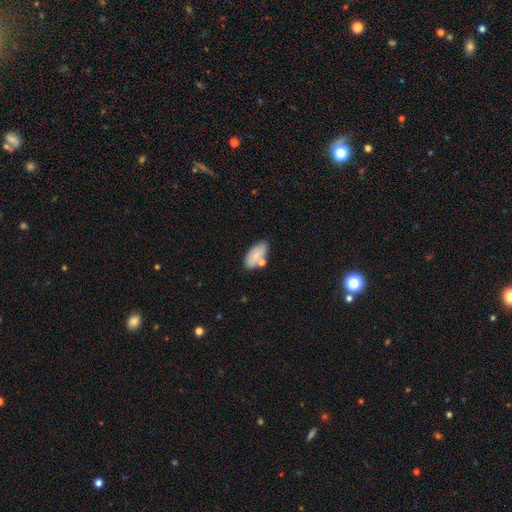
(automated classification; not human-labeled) A smooth galaxy with no disk features (79%) that is in between round and cigar-shaped (90%). Merging: none (65%).